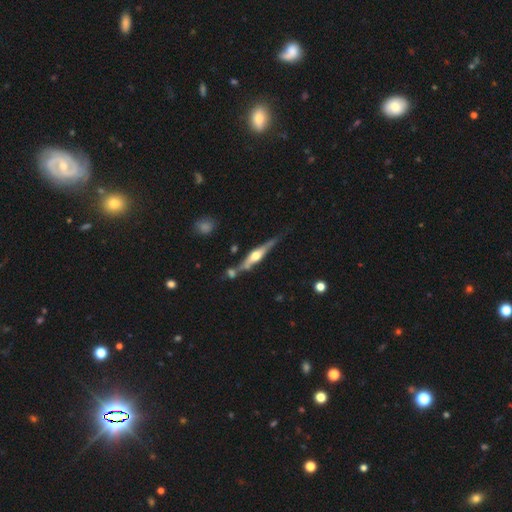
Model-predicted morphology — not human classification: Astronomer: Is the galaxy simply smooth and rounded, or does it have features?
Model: featured or disk — 72%.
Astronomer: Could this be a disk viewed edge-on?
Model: yes — 95%.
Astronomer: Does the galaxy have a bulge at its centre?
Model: rounded — 90%.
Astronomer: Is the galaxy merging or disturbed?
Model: none — 65%.